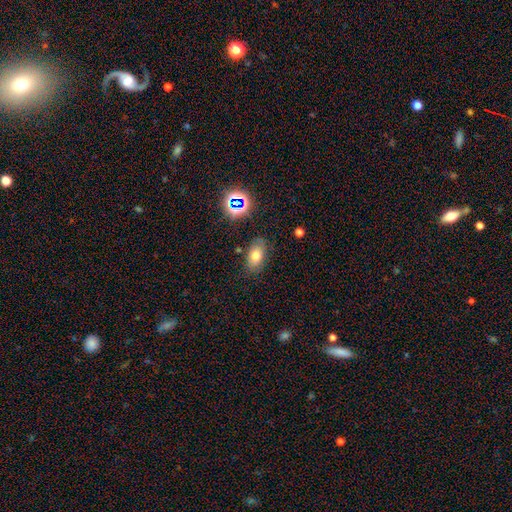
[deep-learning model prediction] Overall: smooth (68%). How rounded: in between (87%). Merging: none (78%).